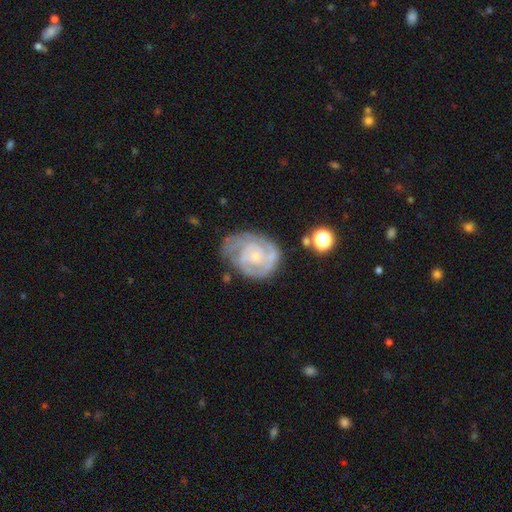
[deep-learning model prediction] This appears to be a featured or disk galaxy (82%) with no bar (75%), tight (67%) spiral arms (91%) and a small central bulge (78%). Merging: none (56%).